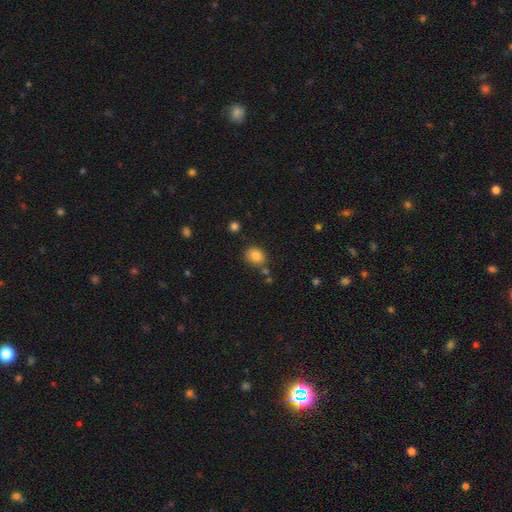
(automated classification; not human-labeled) Smooth or featured? Predicted: smooth (p=0.83). How rounded? Predicted: round (p=0.57). Merging? Predicted: none (p=0.75).